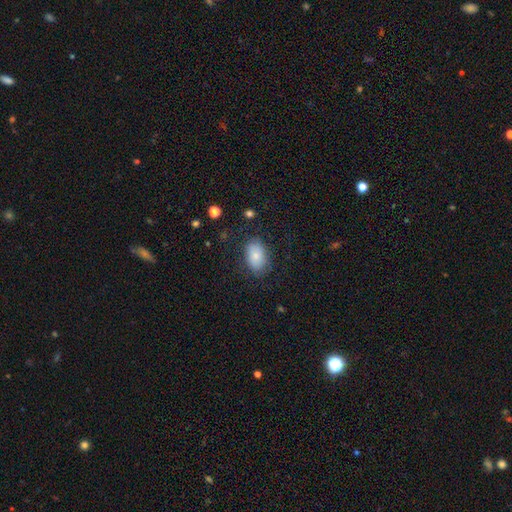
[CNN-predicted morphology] Q: Smooth or featured?
A: smooth (79%); runner-up: featured or disk (13%)
Q: How rounded?
A: in between (88%); runner-up: round (11%)
Q: Merging?
A: none (75%); runner-up: minor disturbance (17%)